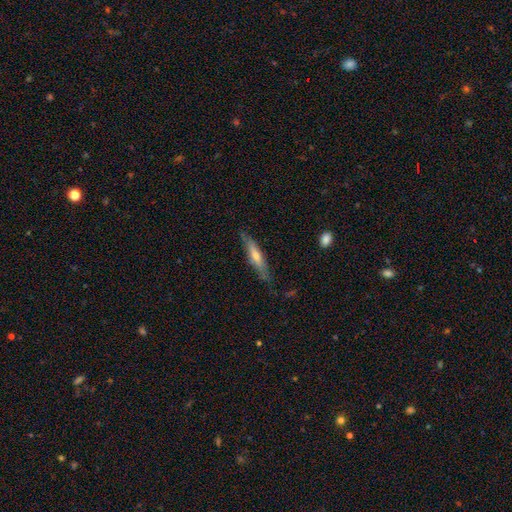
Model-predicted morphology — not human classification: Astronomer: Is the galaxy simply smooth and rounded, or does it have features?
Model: featured or disk — 51% (runner-up: smooth, 42%).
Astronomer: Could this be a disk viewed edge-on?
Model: yes — 86%.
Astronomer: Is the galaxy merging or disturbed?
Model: none — 78%.